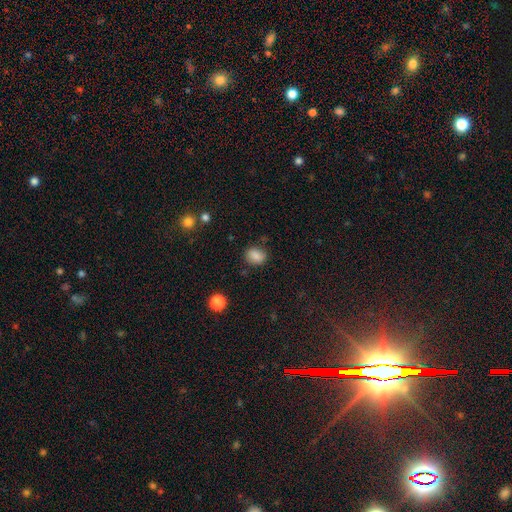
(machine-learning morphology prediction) Smooth or featured?
  - smooth: 84% *
  - star or artifact: 10%
  - featured or disk: 6%
How rounded?
  - in between: 50% *
  - round: 49%
  - cigar-shaped: 1%
Merging?
  - none: 80% *
  - minor disturbance: 14%
  - major disturbance: 4%
  - merger: 3%